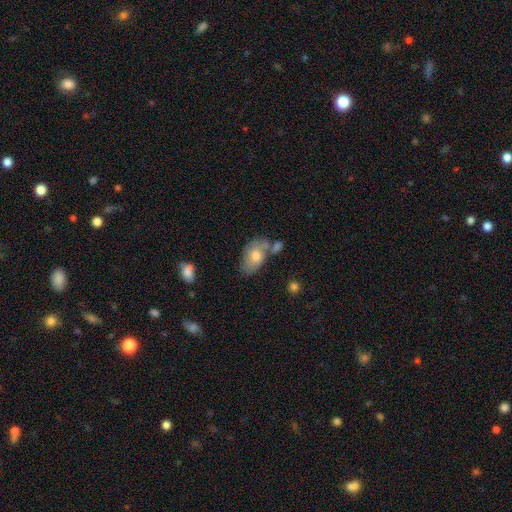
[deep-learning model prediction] This appears to be a smooth galaxy with no disk features (70%) that is in between round and cigar-shaped (91%). Merging: none (49%).